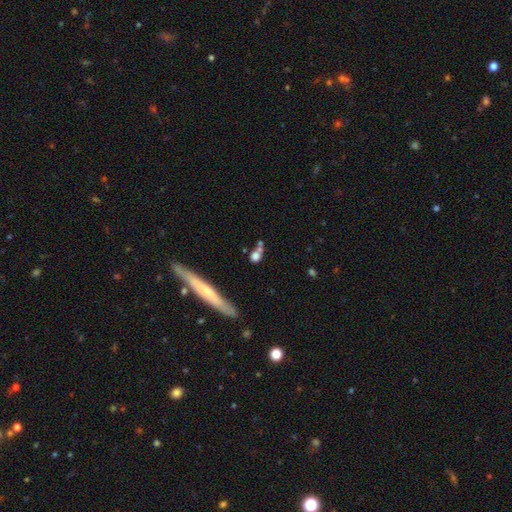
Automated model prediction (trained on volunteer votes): Smooth or featured? smooth (68%)
How rounded? round (48%)
Merging? none (58%)